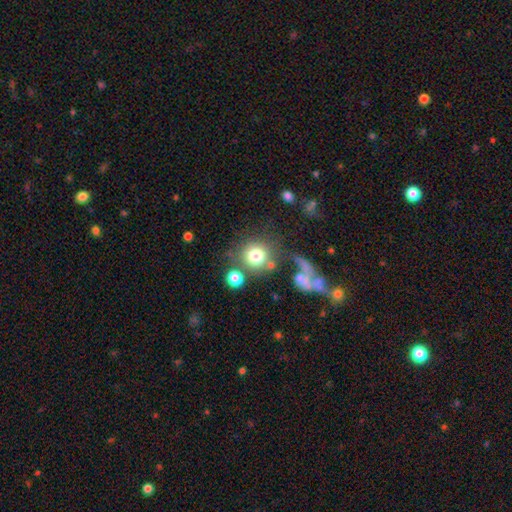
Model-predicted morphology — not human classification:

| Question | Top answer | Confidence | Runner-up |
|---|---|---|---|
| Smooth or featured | smooth | 76% | featured or disk (14%) |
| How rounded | round | 89% | in between (9%) |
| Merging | none | 56% | merger (21%) |